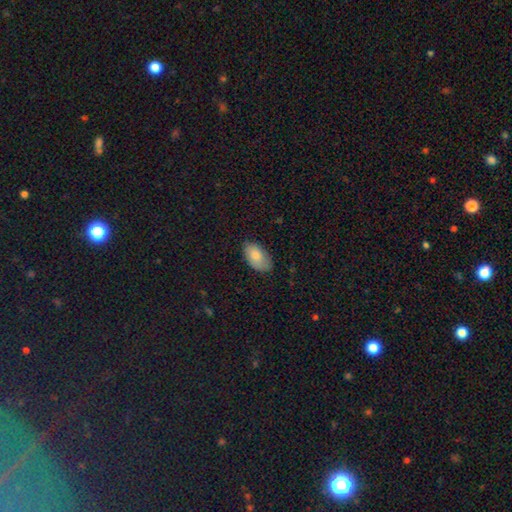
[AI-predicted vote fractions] The model was most divided on "merging": none: 74%, minor disturbance: 21%, major disturbance: 4%, merger: 1%. More confident: how rounded — in between (94%); smooth or featured — smooth (82%).